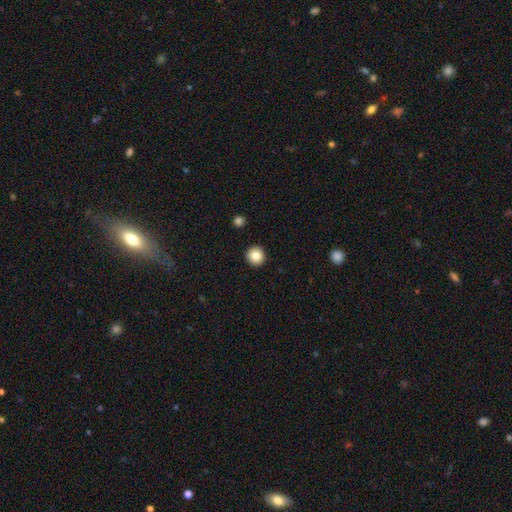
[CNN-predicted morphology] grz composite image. It shows a smooth galaxy with no disk features (85%) that is round (94%). Merging: none (93%).